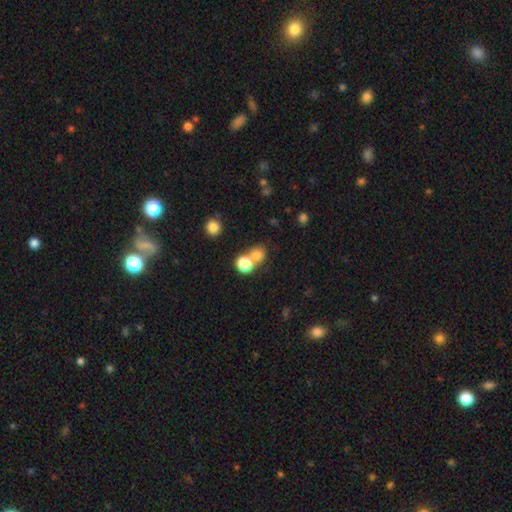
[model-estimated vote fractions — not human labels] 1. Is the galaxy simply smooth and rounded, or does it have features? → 76% smooth, 16% star or artifact, 8% featured or disk.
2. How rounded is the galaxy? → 78% round, 21% in between, 1% cigar-shaped.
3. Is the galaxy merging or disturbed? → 48% none, 42% merger, 7% minor disturbance, 3% major disturbance.